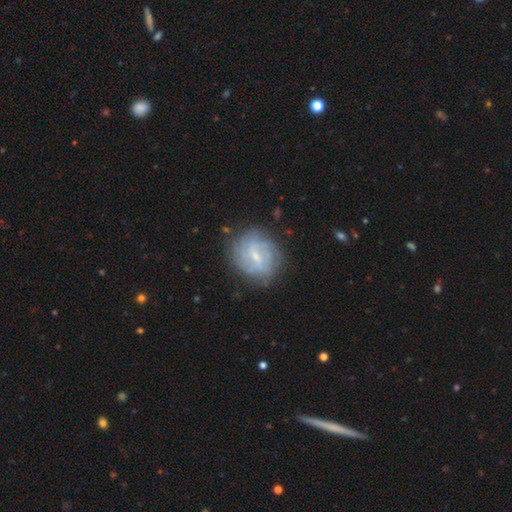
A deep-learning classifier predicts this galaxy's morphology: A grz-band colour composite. It shows a featured or disk galaxy (64%) with a weak bar (62%), spiral arms (75%) and a small central bulge (65%). Merging: none (76%).